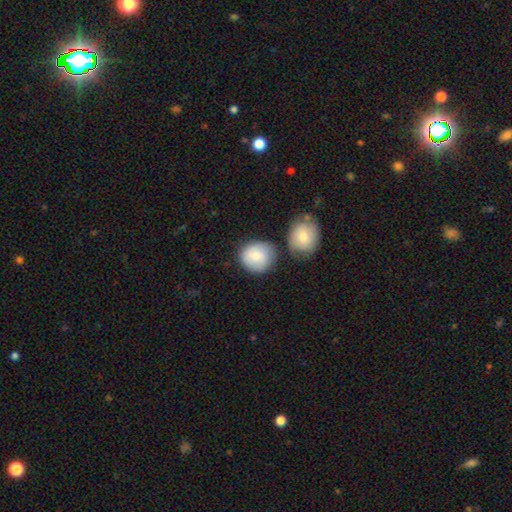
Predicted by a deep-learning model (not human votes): Smooth or featured? smooth (82%)
How rounded? round (85%)
Merging? none (64%)